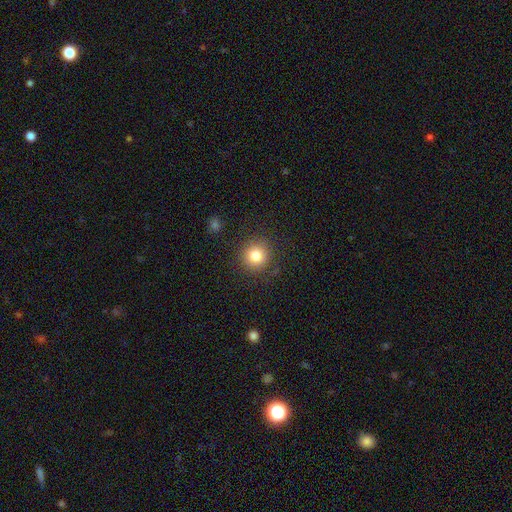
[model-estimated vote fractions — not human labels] A smooth galaxy with no disk features (81%) that is round (93%). Merging: none (88%).